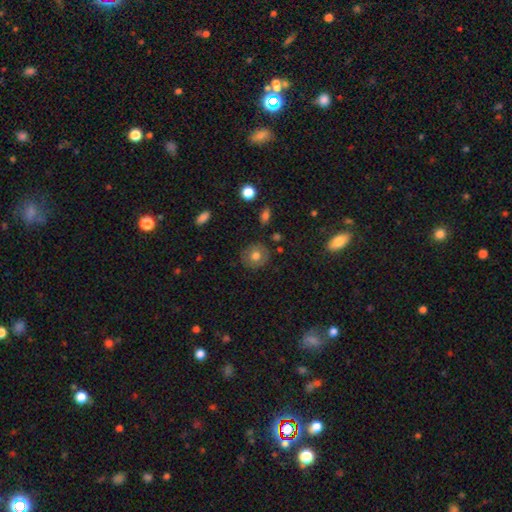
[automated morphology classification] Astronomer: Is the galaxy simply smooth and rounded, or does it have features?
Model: smooth — 70%.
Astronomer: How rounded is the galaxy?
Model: round — 87%.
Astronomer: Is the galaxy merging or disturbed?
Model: none — 85%.